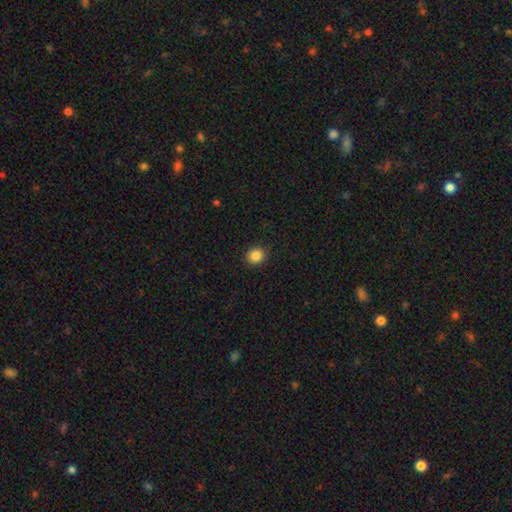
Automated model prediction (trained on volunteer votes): Smooth or featured: smooth — 86% (star or artifact — 10%)
How rounded: round — 85% (in between — 14%)
Merging: none — 91% (minor disturbance — 6%)